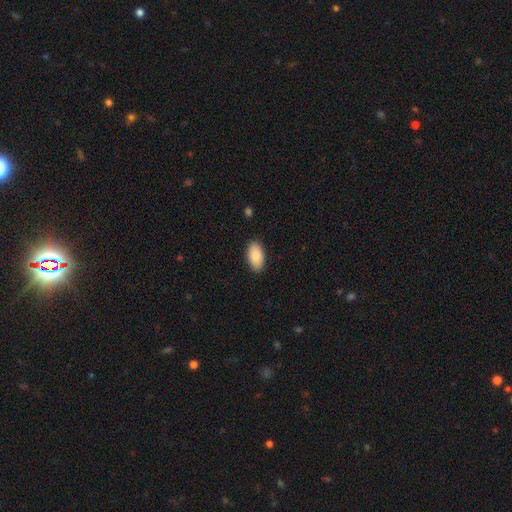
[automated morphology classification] Overall: smooth (89%). How rounded: in between (95%). Merging: none (89%).